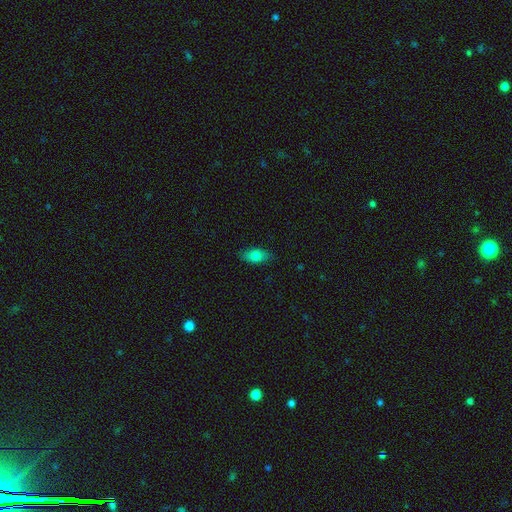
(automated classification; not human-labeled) smooth_or_featured: smooth (p=0.76) [alt: featured or disk p=0.15]
how_rounded: in between (p=0.88) [alt: cigar-shaped p=0.07]
merging: none (p=0.84) [alt: minor disturbance p=0.13]